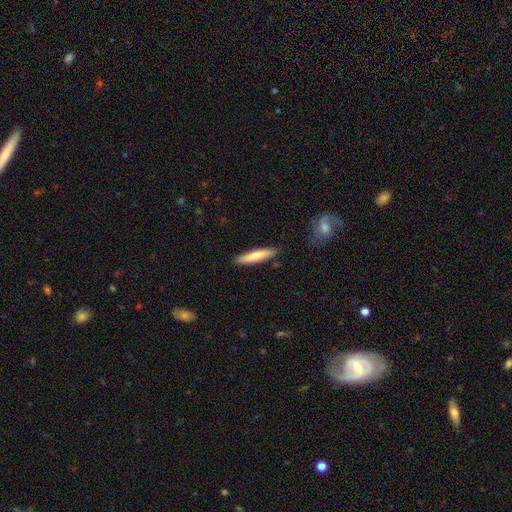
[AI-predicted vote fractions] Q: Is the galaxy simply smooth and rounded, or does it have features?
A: smooth — 73%.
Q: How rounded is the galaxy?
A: cigar-shaped — 86%.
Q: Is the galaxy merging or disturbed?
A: none — 88%.